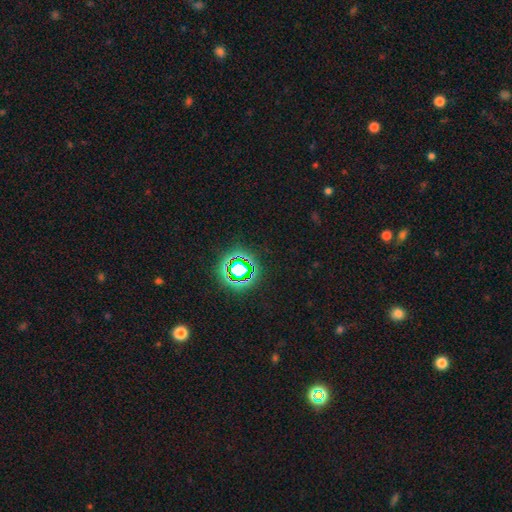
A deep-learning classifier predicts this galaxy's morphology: Smooth or featured: star or artifact — 69% (smooth — 25%)